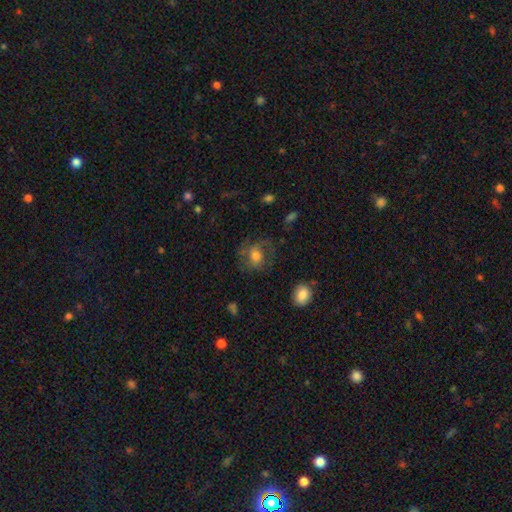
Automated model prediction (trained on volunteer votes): The model was most divided on "smooth or featured": smooth: 51%, featured or disk: 39%, star or artifact: 11%. More confident: how rounded — round (63%); merging — none (56%).